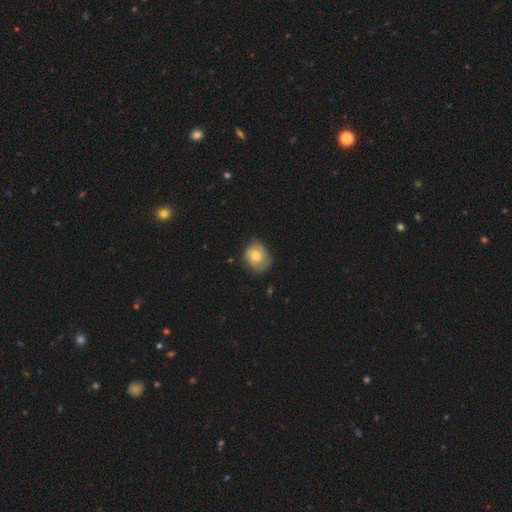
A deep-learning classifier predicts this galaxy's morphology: smooth_or_featured: smooth (p=0.58) [alt: featured or disk p=0.35]
how_rounded: round (p=0.63) [alt: in between p=0.36]
merging: none (p=0.64) [alt: minor disturbance p=0.28]